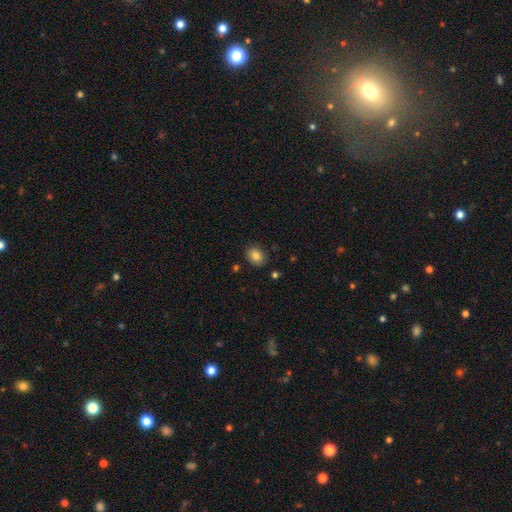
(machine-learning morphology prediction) The model was most divided on "how rounded": in between: 58%, round: 41%, cigar-shaped: 1%. More confident: merging — none (86%); smooth or featured — smooth (84%).